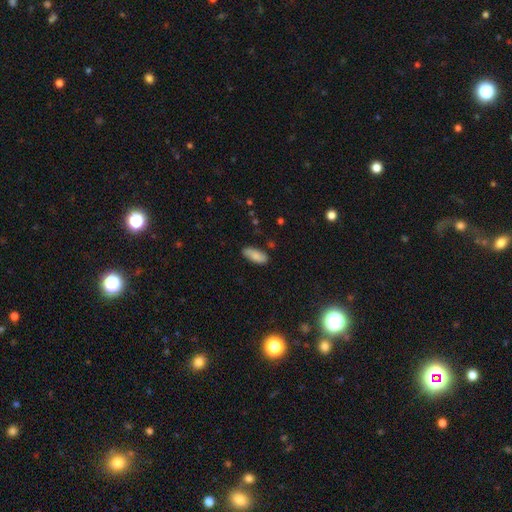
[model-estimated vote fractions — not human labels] Smooth or featured?
  - smooth: 82% *
  - featured or disk: 11%
  - star or artifact: 7%
How rounded?
  - in between: 81% *
  - cigar-shaped: 17%
  - round: 2%
Merging?
  - none: 82% *
  - minor disturbance: 14%
  - major disturbance: 2%
  - merger: 2%